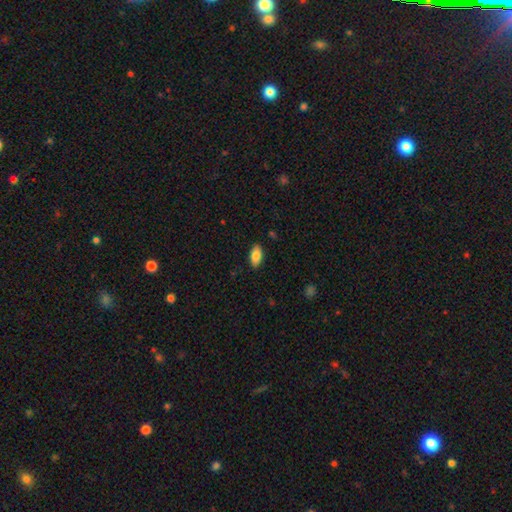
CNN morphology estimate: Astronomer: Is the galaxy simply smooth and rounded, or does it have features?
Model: smooth — 85%.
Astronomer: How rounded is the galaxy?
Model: in between — 92%.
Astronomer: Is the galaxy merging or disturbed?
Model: none — 88%.